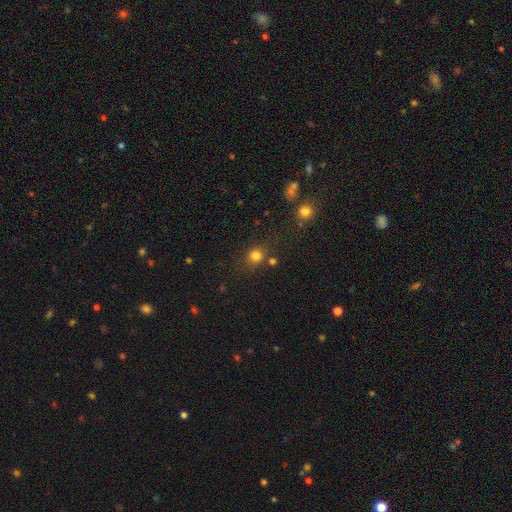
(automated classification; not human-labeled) smooth_or_featured: smooth (p=0.77) [alt: star or artifact p=0.16]
how_rounded: round (p=0.79) [alt: in between p=0.19]
merging: none (p=0.71) [alt: minor disturbance p=0.13]